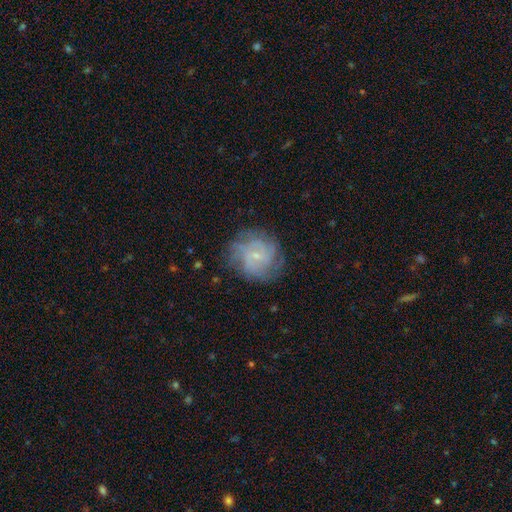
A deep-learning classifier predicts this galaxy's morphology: Q: Smooth or featured?
A: featured or disk (68%); runner-up: smooth (23%)
Q: Edge-on disk?
A: no (98%); runner-up: yes (2%)
Q: Bar?
A: no (60%); runner-up: weak (34%)
Q: Spiral arms?
A: yes (85%); runner-up: no (15%)
Q: Spiral winding?
A: tight (52%); runner-up: medium (36%)
Q: Spiral arm count?
A: can't tell (45%); runner-up: 2 (16%)
Q: Bulge size?
A: small (78%); runner-up: moderate (16%)
Q: Merging?
A: none (72%); runner-up: minor disturbance (18%)